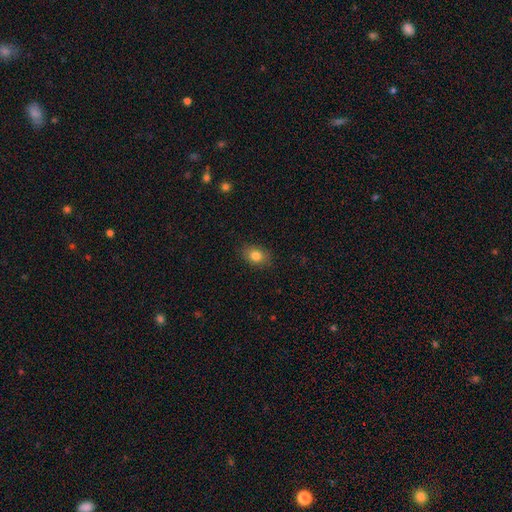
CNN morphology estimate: Smooth or featured?
  - smooth: 82% *
  - star or artifact: 10%
  - featured or disk: 8%
How rounded?
  - in between: 70% *
  - round: 29%
  - cigar-shaped: 1%
Merging?
  - none: 86% *
  - minor disturbance: 11%
  - major disturbance: 2%
  - merger: 1%